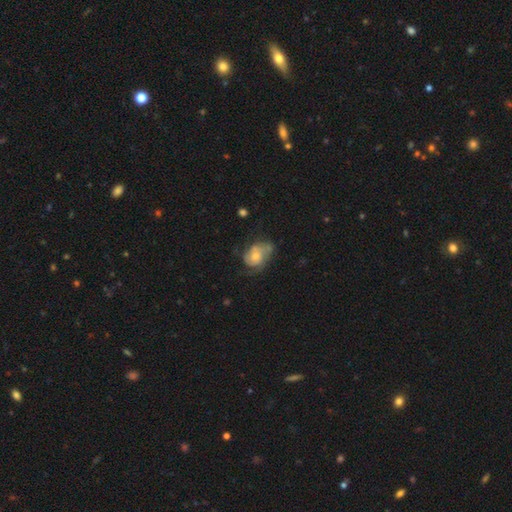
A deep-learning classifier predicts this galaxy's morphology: type=featured or disk (59%); edge-on=no (97%); bar=no (78%); spiral arms=yes (79%); bulge=moderate (47%); merging=none (43%).